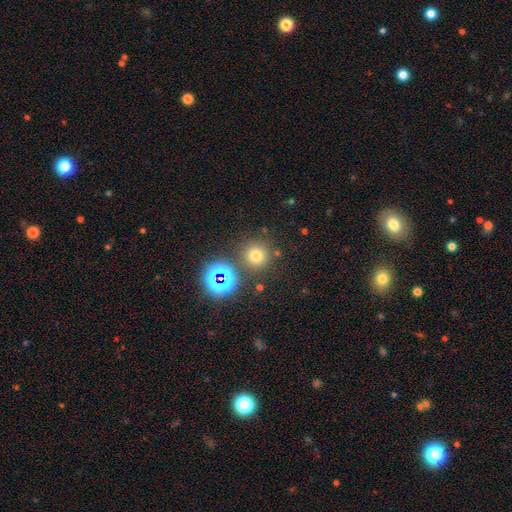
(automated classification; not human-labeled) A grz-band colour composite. It shows a smooth galaxy with no disk features (67%) that is round (93%). Merging: none (81%).